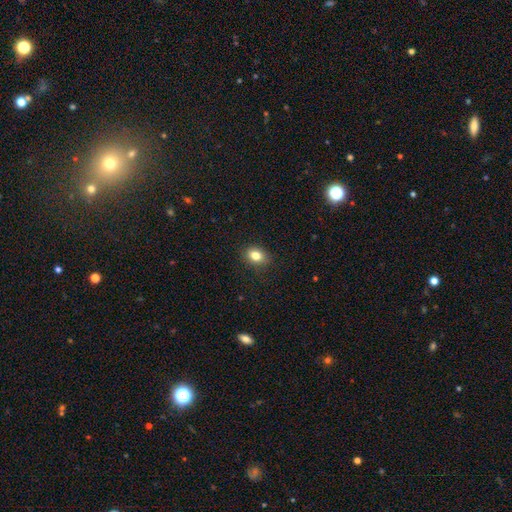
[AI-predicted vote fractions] This is clearly a smooth galaxy (82%). How rounded: likely in between (66%). Merging: clearly none (87%).